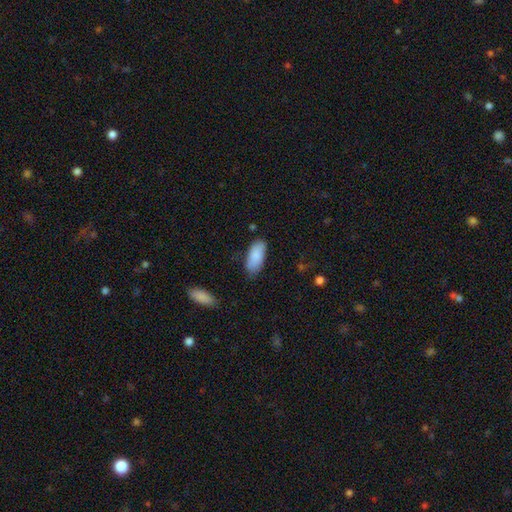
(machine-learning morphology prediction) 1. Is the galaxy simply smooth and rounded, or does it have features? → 87% smooth, 7% featured or disk, 6% star or artifact.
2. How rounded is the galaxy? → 86% in between, 13% cigar-shaped, 2% round.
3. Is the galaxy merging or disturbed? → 78% none, 16% minor disturbance, 3% major disturbance, 2% merger.